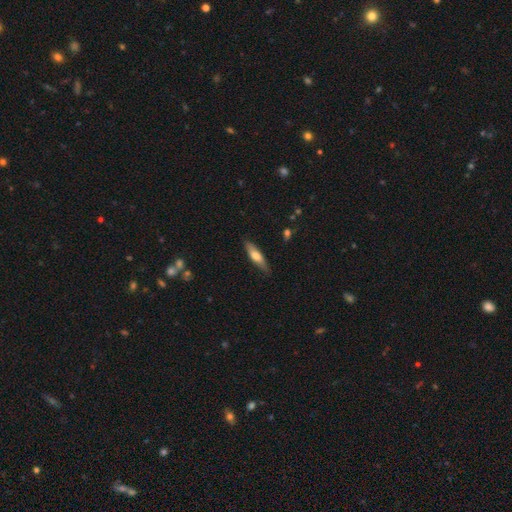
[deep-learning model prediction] smooth-or-featured: smooth: 60% | featured or disk: 34% | star or artifact: 6%
  how-rounded: cigar-shaped: 68% | in between: 30% | round: 2%
  merging: none: 84% | minor disturbance: 13% | major disturbance: 2% | merger: 1%